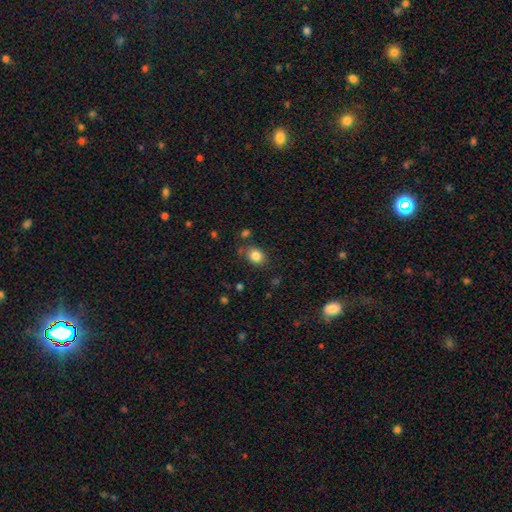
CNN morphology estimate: This is clearly a smooth galaxy (84%). How rounded: possibly round (54%). Merging: likely none (77%).